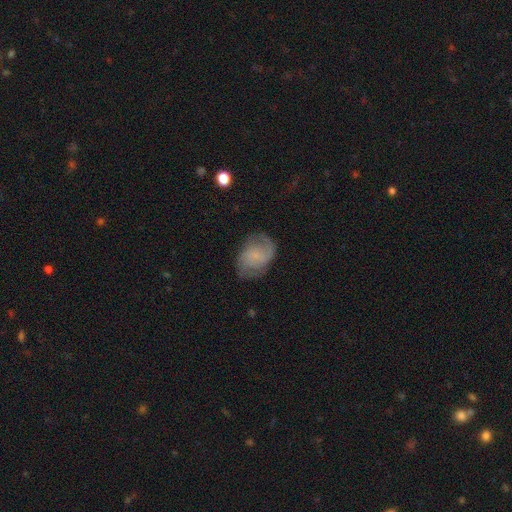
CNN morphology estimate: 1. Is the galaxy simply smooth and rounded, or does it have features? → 62% featured or disk, 30% smooth, 8% star or artifact.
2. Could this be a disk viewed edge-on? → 97% no, 3% yes.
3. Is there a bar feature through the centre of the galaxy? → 58% no, 36% weak, 6% strong.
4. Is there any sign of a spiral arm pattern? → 91% yes, 9% no.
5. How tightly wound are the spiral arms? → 46% medium, 28% loose, 26% tight.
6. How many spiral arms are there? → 73% 2, 13% can't tell, 7% 1, 4% 3, 2% 4, 2% more than 4.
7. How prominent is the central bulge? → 56% small, 30% none, 11% moderate, 2% large, 1% dominant.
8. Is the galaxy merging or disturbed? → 67% none, 21% minor disturbance, 11% major disturbance, 1% merger.